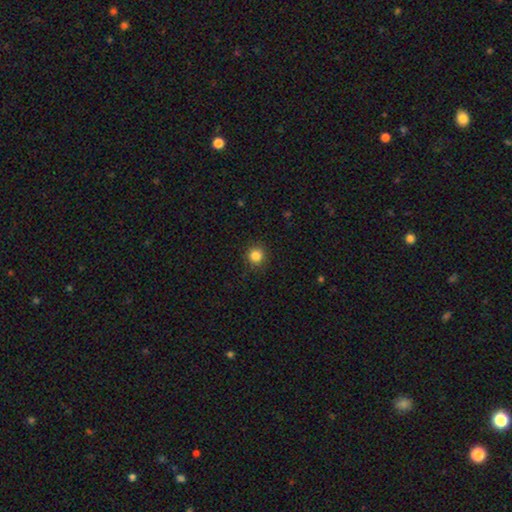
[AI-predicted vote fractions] Q: Smooth or featured?
A: smooth (84%); runner-up: star or artifact (12%)
Q: How rounded?
A: round (94%); runner-up: in between (5%)
Q: Merging?
A: none (91%); runner-up: minor disturbance (6%)